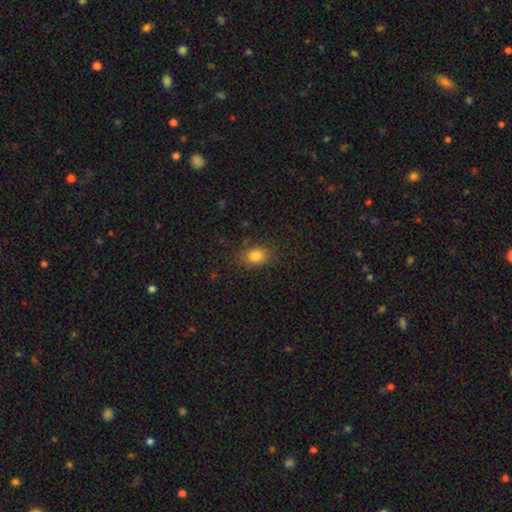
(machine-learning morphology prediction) type=smooth (82%); roundness=in between (71%); merging=none (81%).